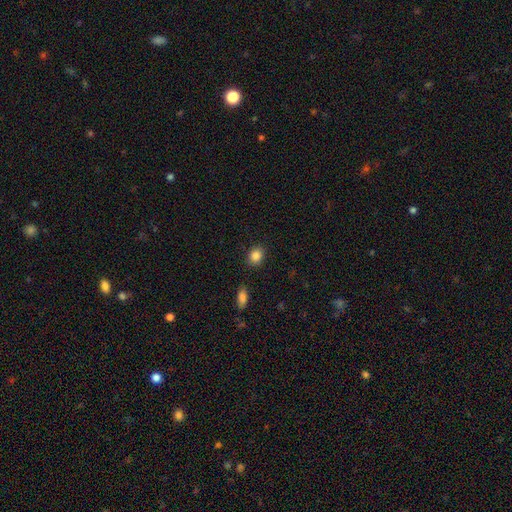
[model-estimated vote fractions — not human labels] Smooth or featured? Predicted: smooth (p=0.86). How rounded? Predicted: round (p=0.56). Merging? Predicted: none (p=0.87).